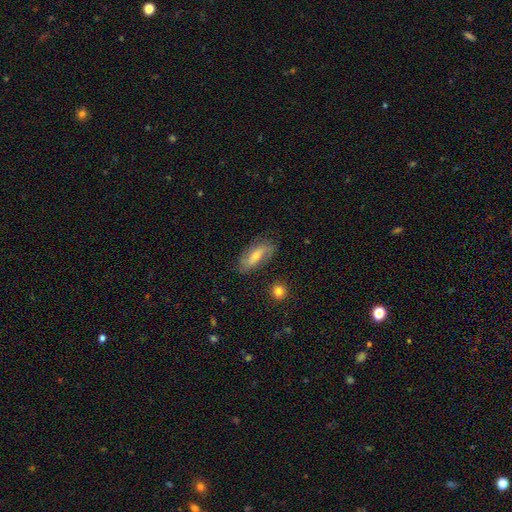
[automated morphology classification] The model was most divided on "smooth or featured": featured or disk: 49%, smooth: 42%, star or artifact: 9%. More confident: merging — none (78%).